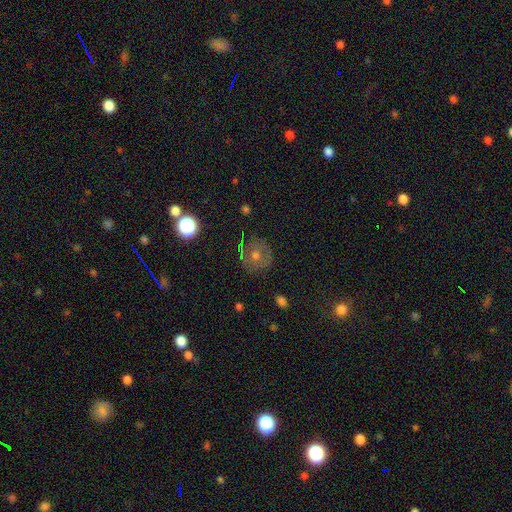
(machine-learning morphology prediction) smooth_or_featured: featured or disk (p=0.42) [alt: smooth p=0.40]
merging: none (p=0.80) [alt: minor disturbance p=0.13]